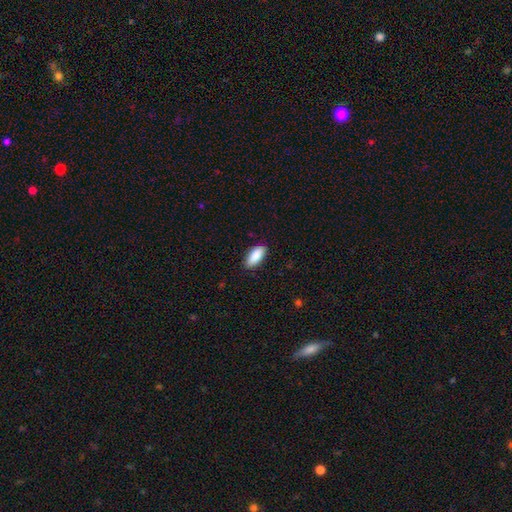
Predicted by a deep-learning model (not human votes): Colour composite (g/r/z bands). It shows a smooth galaxy with no disk features (90%) that is in between round and cigar-shaped (86%). Merging: none (87%).